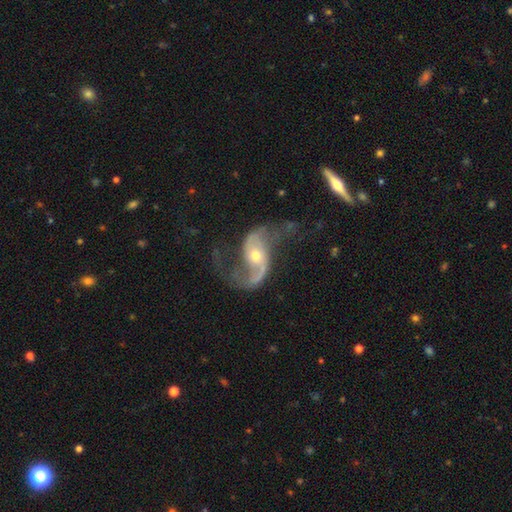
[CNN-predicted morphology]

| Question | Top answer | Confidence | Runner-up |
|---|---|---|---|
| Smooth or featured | featured or disk | 90% | star or artifact (5%) |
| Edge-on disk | no | 96% | yes (4%) |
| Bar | no | 55% | weak (30%) |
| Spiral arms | yes | 96% | no (4%) |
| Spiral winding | loose | 71% | medium (24%) |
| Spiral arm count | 2 | 92% | 1 (3%) |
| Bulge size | moderate | 51% | small (44%) |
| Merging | none | 58% | major disturbance (19%) |